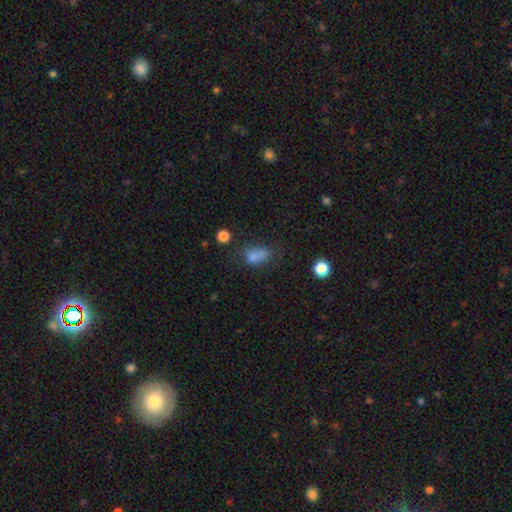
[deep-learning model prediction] Overall: smooth (73%). How rounded: in between (75%). Merging: none (41%; minor disturbance 26%).